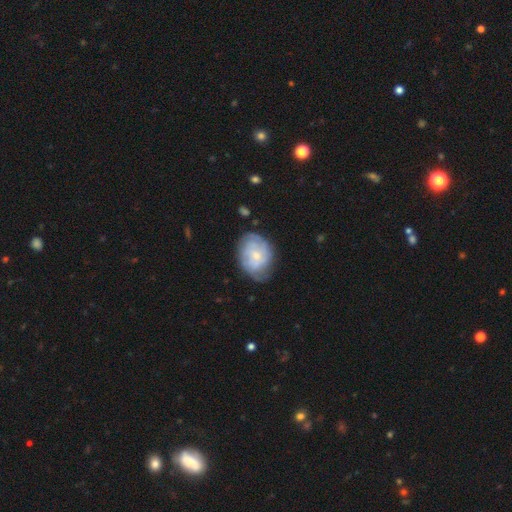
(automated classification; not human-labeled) smooth-or-featured: featured or disk: 54% | smooth: 39% | star or artifact: 7%
  disk-edge-on: no: 97% | yes: 3%
    bar: no: 75% | weak: 22% | strong: 3%
    has-spiral-arms: yes: 67% | no: 33%
    bulge-size: small: 66% | moderate: 26% | none: 4% | large: 2% | dominant: 1%
  merging: none: 58% | minor disturbance: 29% | major disturbance: 11% | merger: 3%